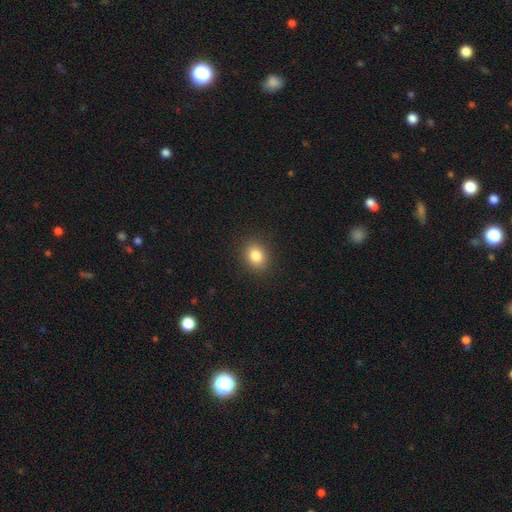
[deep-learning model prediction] Smooth or featured: smooth — 84% (star or artifact — 10%)
How rounded: round — 57% (in between — 42%)
Merging: none — 90% (minor disturbance — 7%)